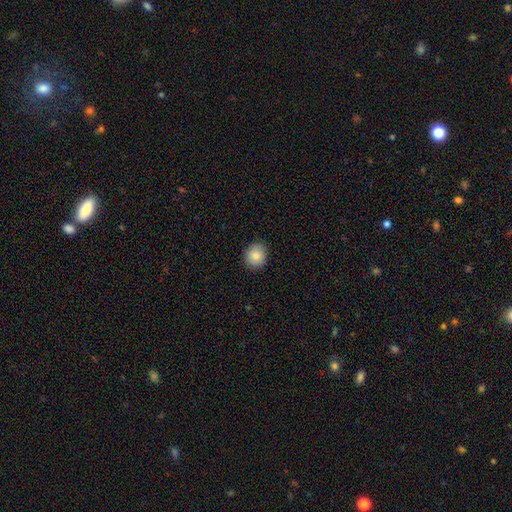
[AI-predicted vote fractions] Smooth or featured?
  - smooth: 85% *
  - star or artifact: 8%
  - featured or disk: 7%
How rounded?
  - round: 75% *
  - in between: 24%
  - cigar-shaped: 1%
Merging?
  - none: 87% *
  - minor disturbance: 10%
  - major disturbance: 2%
  - merger: 1%